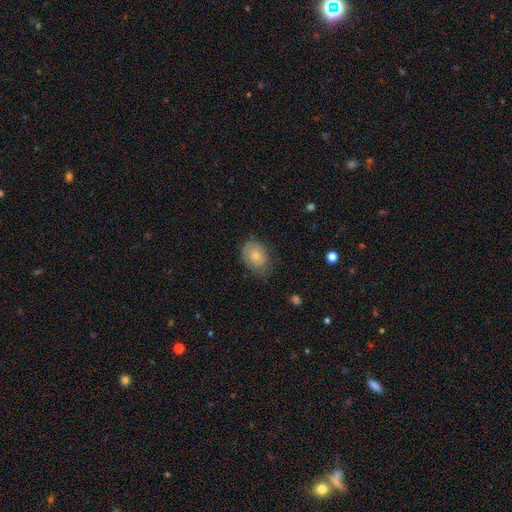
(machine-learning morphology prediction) A smooth galaxy with no disk features (67%) that is in between round and cigar-shaped (68%).

Vote fractions:
- Smooth or featured? smooth: 67% / featured or disk: 26% / star or artifact: 7%
- How rounded? in between: 68% / round: 31% / cigar-shaped: 1%
- Merging? none: 60% / minor disturbance: 28% / major disturbance: 10% / merger: 1%